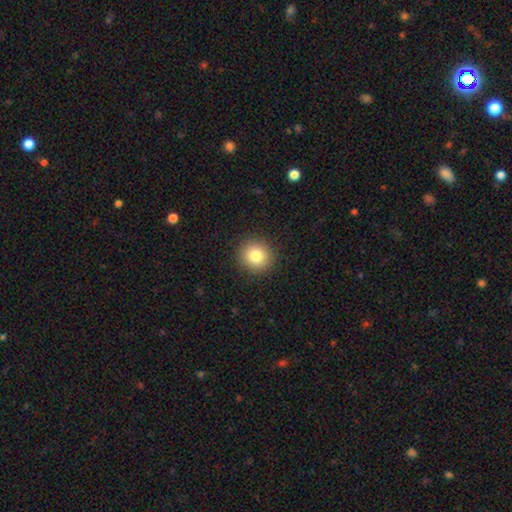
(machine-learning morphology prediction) Overall: smooth (82%). How rounded: round (92%). Merging: none (91%).